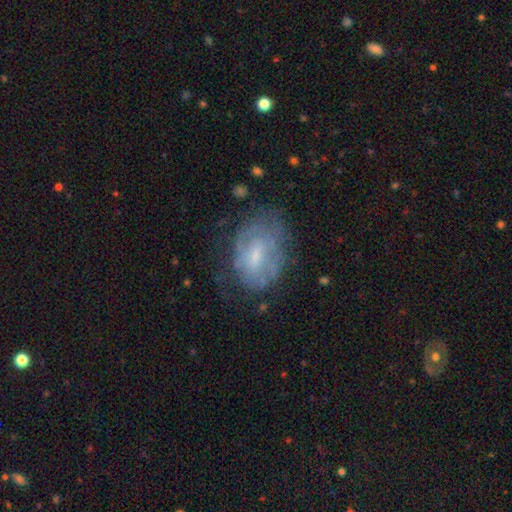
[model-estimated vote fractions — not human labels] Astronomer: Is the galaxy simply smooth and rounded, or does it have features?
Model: featured or disk — 62%.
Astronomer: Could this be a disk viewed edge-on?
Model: no — 96%.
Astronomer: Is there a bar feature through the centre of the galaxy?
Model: weak — 53% (runner-up: no, 35%).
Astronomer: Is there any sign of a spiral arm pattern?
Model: yes — 64%.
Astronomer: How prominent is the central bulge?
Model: small — 55% (runner-up: moderate, 30%).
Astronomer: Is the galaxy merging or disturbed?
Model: none — 57%.